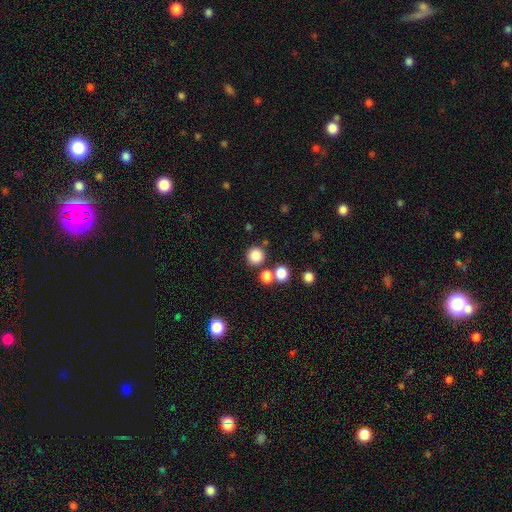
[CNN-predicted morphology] Overall: smooth (83%). How rounded: round (93%). Merging: none (79%).